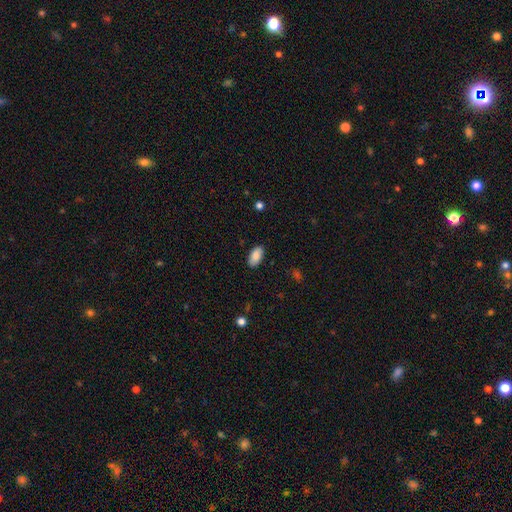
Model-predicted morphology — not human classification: Overall: smooth (86%). How rounded: in between (94%). Merging: none (87%).